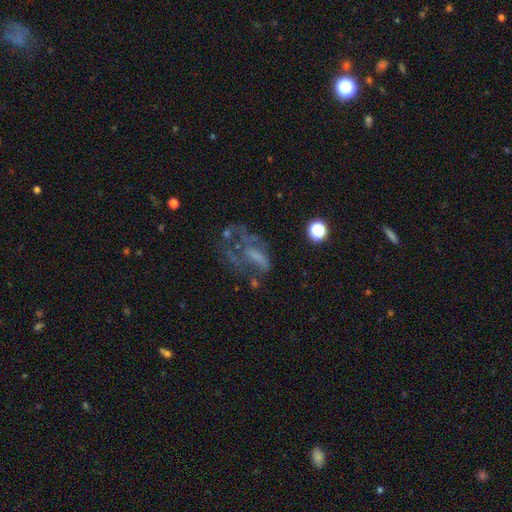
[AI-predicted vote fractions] smooth_or_featured: featured or disk (p=0.53) [alt: smooth p=0.27]
disk_edge_on: no (p=0.94) [alt: yes p=0.06]
bar: no (p=0.70) [alt: weak p=0.21]
has_spiral_arms: no (p=0.69) [alt: yes p=0.31]
bulge_size: none (p=0.58) [alt: small p=0.19]
merging: major disturbance (p=0.46) [alt: none p=0.29]